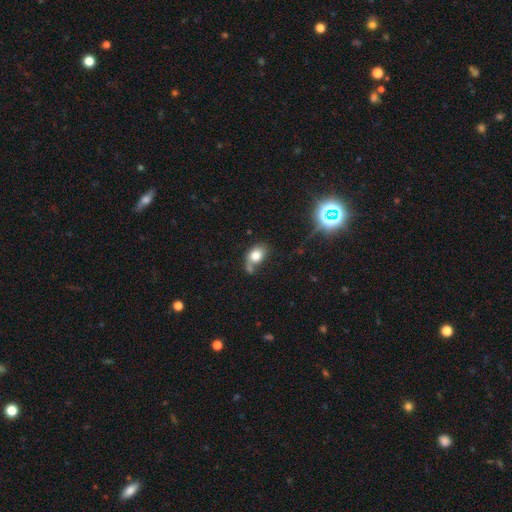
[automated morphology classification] type=smooth (75%); roundness=in between (72%); merging=none (44%).